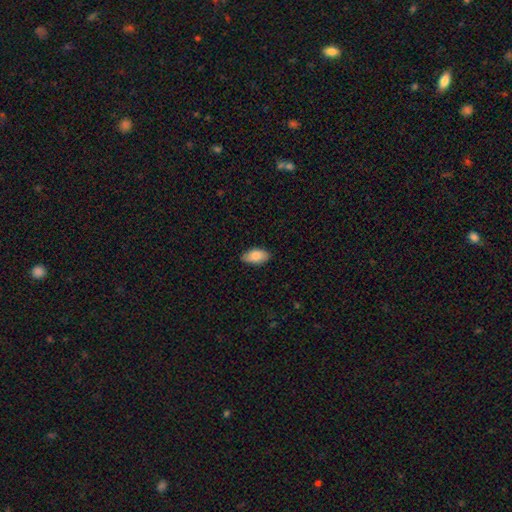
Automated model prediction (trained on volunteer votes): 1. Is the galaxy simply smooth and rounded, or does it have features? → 85% smooth, 9% featured or disk, 6% star or artifact.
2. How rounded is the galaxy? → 93% in between, 3% round, 3% cigar-shaped.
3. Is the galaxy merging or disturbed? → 83% none, 14% minor disturbance, 2% major disturbance, 1% merger.